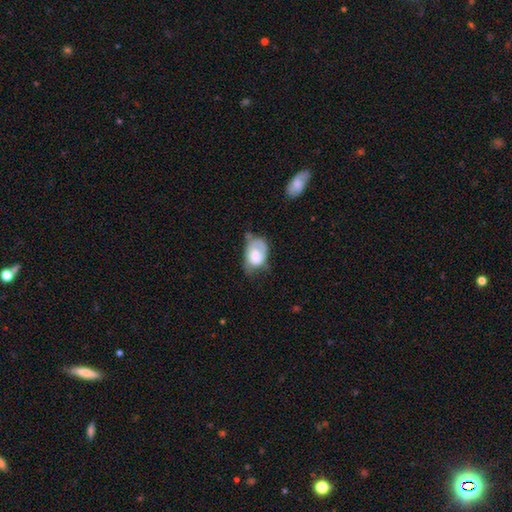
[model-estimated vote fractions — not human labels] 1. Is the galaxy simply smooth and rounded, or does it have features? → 63% smooth, 30% featured or disk, 7% star or artifact.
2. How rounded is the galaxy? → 84% in between, 15% round, 1% cigar-shaped.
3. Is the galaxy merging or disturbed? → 40% minor disturbance, 29% none, 27% major disturbance, 5% merger.